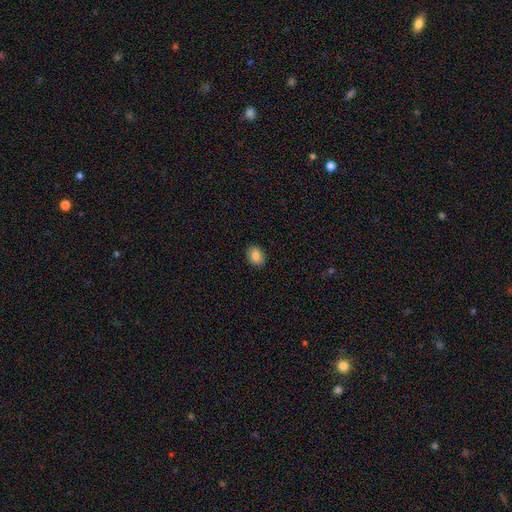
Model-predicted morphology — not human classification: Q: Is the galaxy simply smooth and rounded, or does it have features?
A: smooth — 85%.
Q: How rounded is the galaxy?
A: round — 56%.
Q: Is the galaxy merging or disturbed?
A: none — 90%.